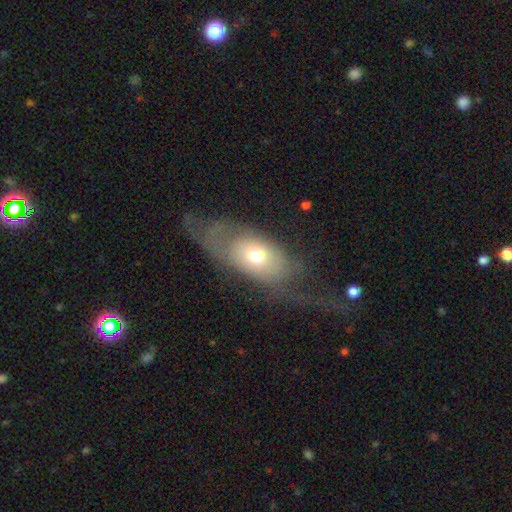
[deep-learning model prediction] smooth 55%, featured or disk 36%, star or artifact 9%. Down the decision tree: how rounded — in between (82%); merging — major disturbance (48%).